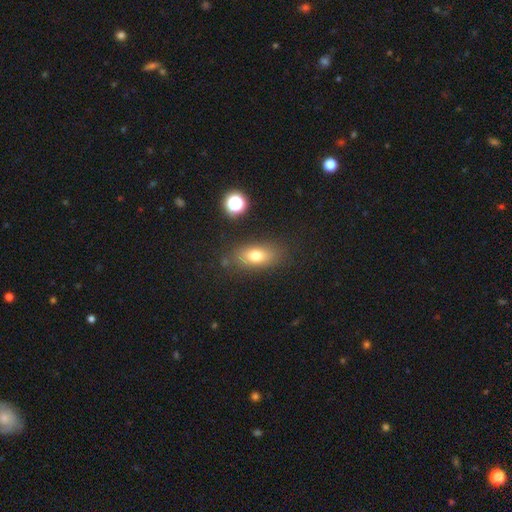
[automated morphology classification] Smooth or featured: smooth — 73% (featured or disk — 15%)
How rounded: in between — 79% (round — 12%)
Merging: none — 80% (minor disturbance — 13%)